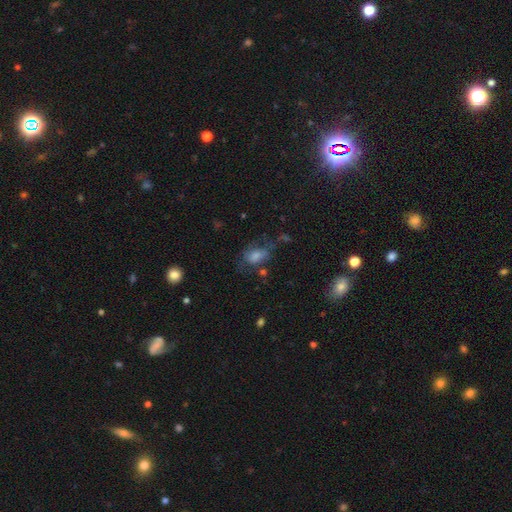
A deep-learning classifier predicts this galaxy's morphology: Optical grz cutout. It shows a smooth galaxy with no disk features (45%). Merging: none (47%).